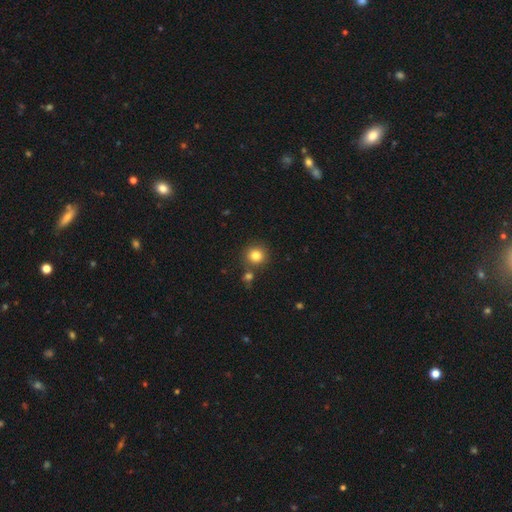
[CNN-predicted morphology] This appears to be a smooth galaxy with no disk features (82%) that is round (91%). Merging: none (77%).